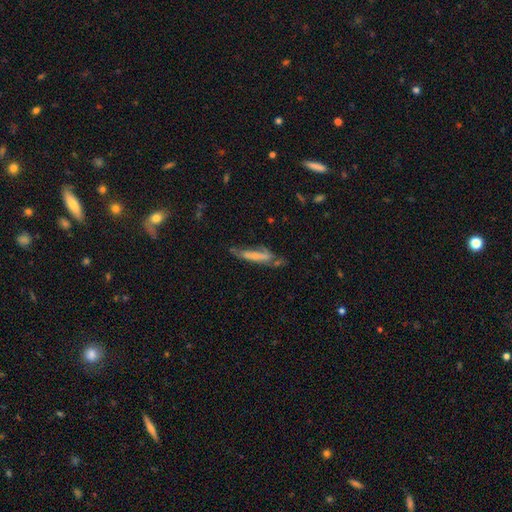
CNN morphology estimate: Smooth or featured? Predicted: featured or disk (p=0.46). Merging? Predicted: none (p=0.40).